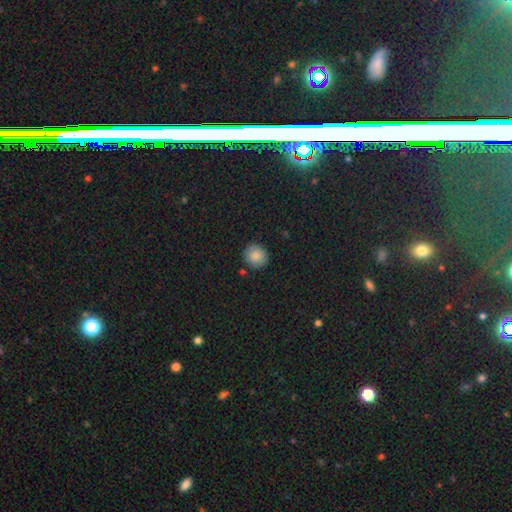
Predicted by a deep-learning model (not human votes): This is clearly a smooth galaxy (84%). How rounded: clearly round (90%). Merging: clearly none (87%).